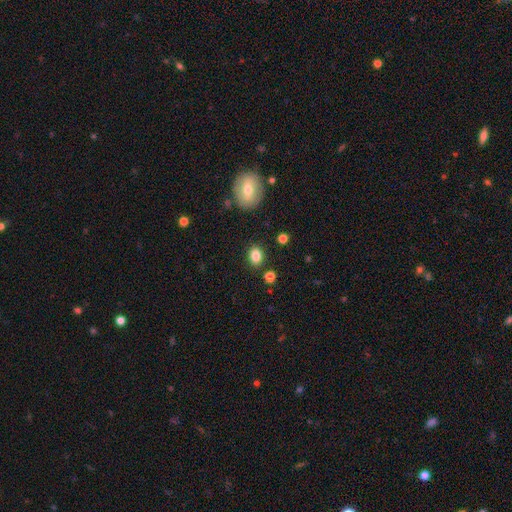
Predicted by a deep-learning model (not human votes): A smooth galaxy with no disk features (83%) that is in between round and cigar-shaped (58%). Merging: none (85%).